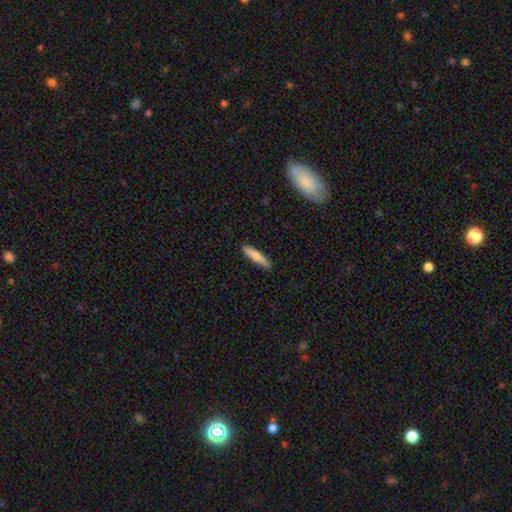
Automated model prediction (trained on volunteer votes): A smooth galaxy with no disk features (66%) that is cigar-shaped (85%). Merging: none (89%).